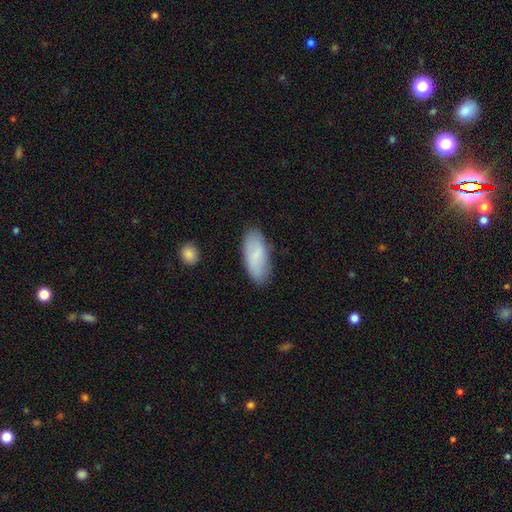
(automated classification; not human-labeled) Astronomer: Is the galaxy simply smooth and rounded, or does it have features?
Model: smooth — 75%.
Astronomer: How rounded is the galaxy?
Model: in between — 83%.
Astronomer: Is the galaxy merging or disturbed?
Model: none — 82%.